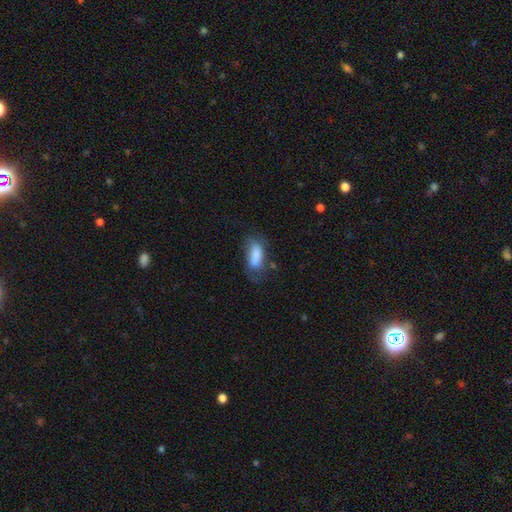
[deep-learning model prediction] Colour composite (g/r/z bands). It shows a smooth galaxy with no disk features (79%) that is in between round and cigar-shaped (78%). Merging: none (49%).